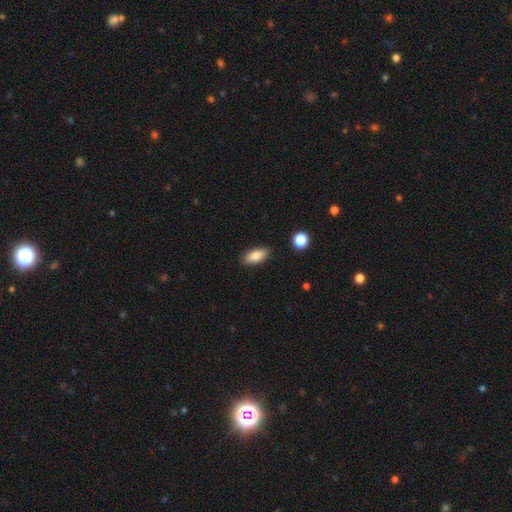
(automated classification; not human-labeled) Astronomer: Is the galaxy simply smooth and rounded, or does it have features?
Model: smooth — 85%.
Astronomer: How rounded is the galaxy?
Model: in between — 86%.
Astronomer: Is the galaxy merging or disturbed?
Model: none — 87%.